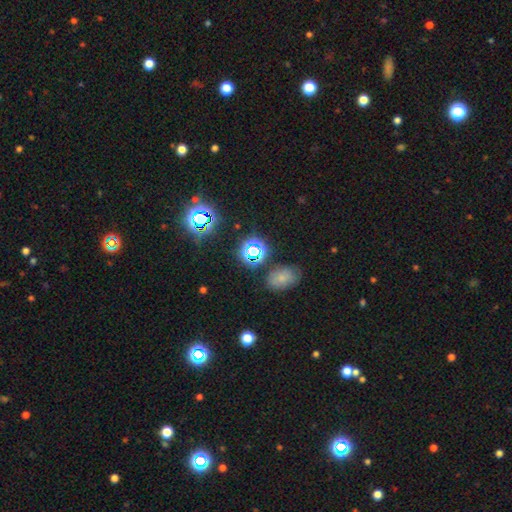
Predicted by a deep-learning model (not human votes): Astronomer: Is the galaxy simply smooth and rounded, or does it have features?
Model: star or artifact — 60%.